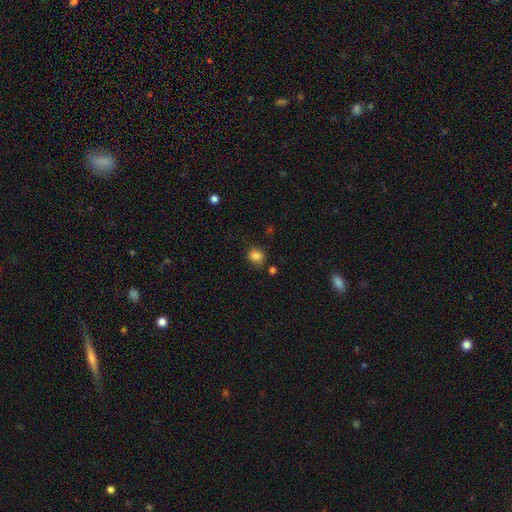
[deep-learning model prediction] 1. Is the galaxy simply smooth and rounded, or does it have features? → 83% smooth, 13% star or artifact, 4% featured or disk.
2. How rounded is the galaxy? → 75% round, 24% in between, 1% cigar-shaped.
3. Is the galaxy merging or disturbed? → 77% none, 14% minor disturbance, 5% merger, 4% major disturbance.